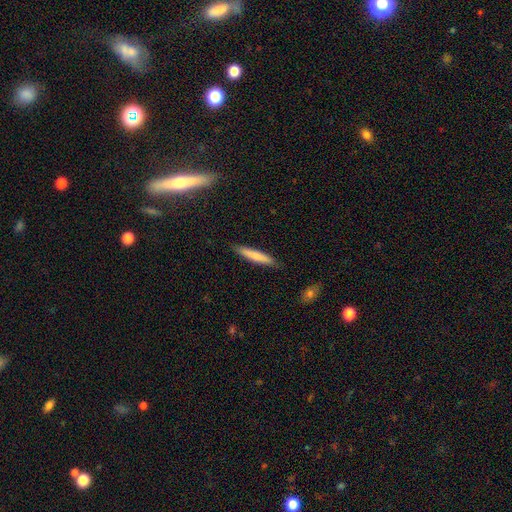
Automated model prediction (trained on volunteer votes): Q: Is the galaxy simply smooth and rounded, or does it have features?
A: smooth — 76%.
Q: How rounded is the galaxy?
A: cigar-shaped — 92%.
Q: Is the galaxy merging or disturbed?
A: none — 88%.